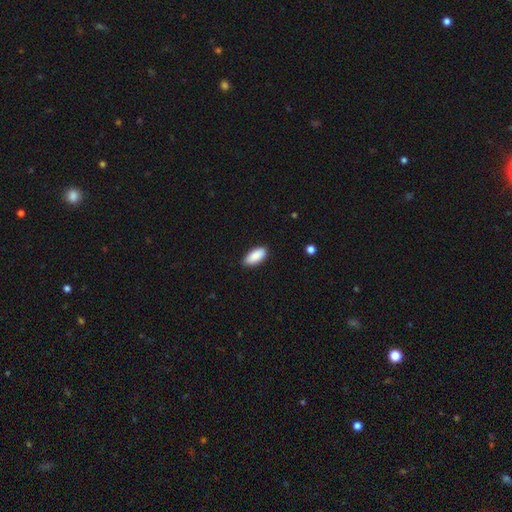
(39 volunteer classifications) smooth_or_featured: smooth (p=0.97) [alt: star or artifact p=0.03]
how_rounded: in between (p=0.87) [alt: cigar-shaped p=0.13]
merging: none (p=0.84) [alt: minor disturbance p=0.11]